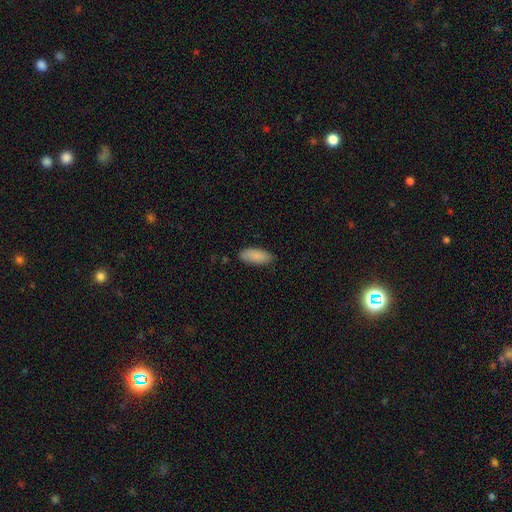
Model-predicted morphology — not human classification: type=smooth (89%); roundness=in between (84%); merging=none (81%).